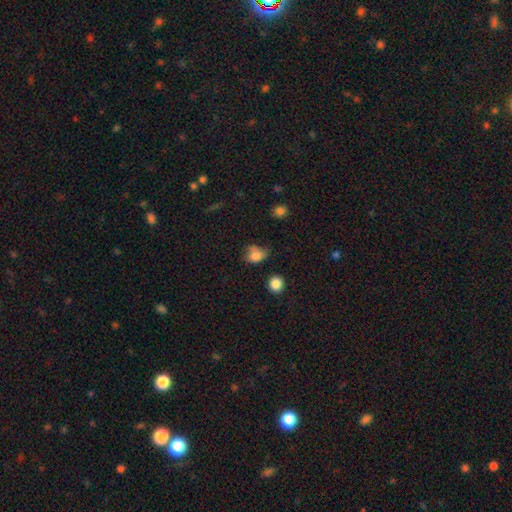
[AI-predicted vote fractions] Overall: smooth (79%). How rounded: in between (55%; round 44%). Merging: none (45%; minor disturbance 35%).